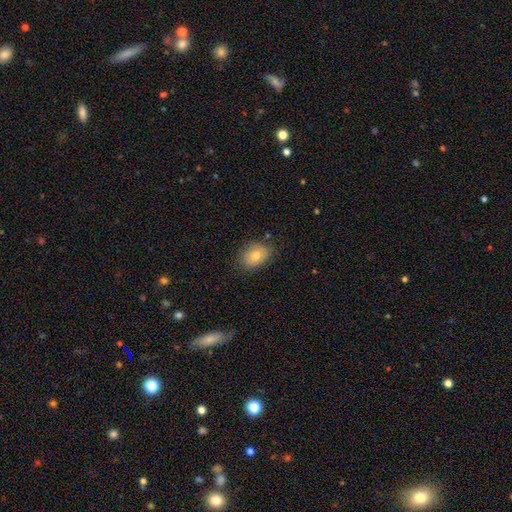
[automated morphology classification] Q: Smooth or featured?
A: smooth (75%); runner-up: featured or disk (15%)
Q: How rounded?
A: in between (67%); runner-up: round (32%)
Q: Merging?
A: none (80%); runner-up: minor disturbance (15%)